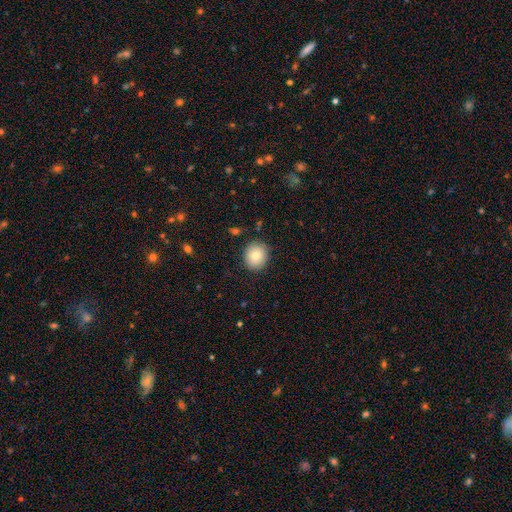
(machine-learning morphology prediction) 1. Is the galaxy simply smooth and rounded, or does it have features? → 78% smooth, 13% featured or disk, 9% star or artifact.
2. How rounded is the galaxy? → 80% round, 19% in between, 1% cigar-shaped.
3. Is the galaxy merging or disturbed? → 87% none, 10% minor disturbance, 2% major disturbance, 1% merger.